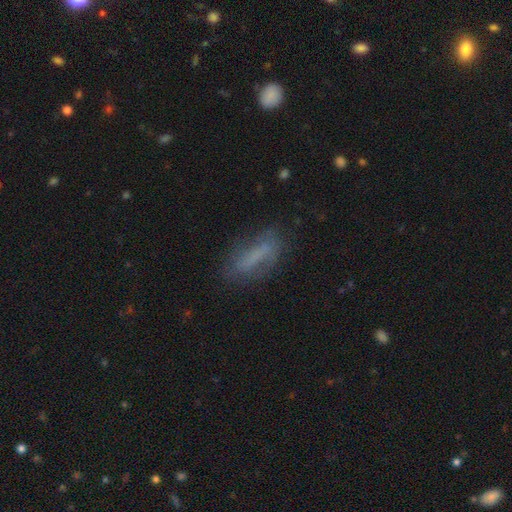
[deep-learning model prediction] Overall: smooth (58%; featured or disk 30%). How rounded: cigar-shaped (58%; in between 39%). Merging: none (71%).